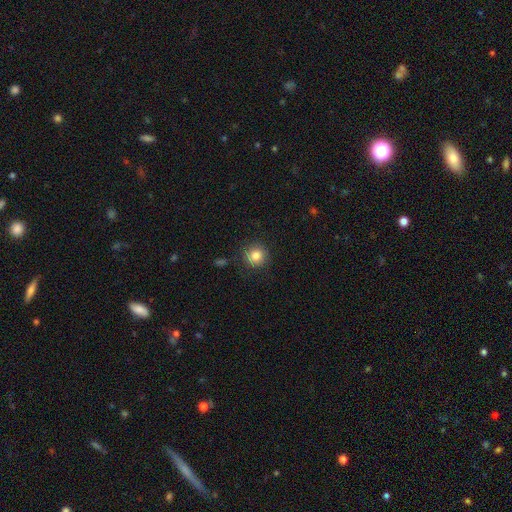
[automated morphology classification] This is clearly a smooth galaxy (83%). How rounded: clearly round (93%). Merging: clearly none (87%).